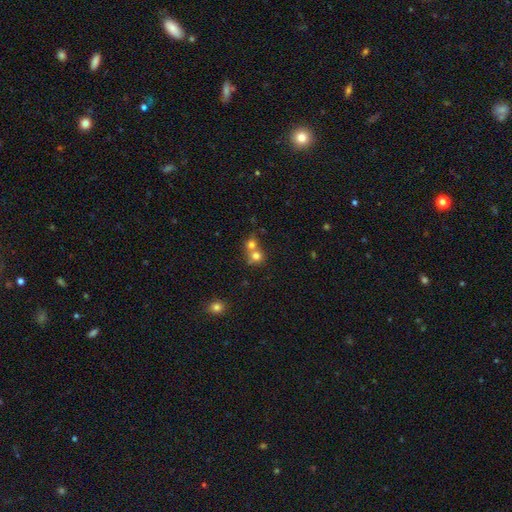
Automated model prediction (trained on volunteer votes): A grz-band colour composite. It shows a smooth galaxy with no disk features (76%) that is round (84%). Merging: merger (57%).